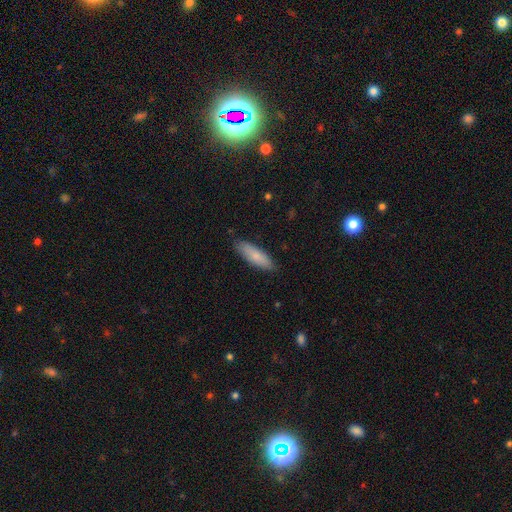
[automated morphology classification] This appears to be a smooth galaxy with no disk features (81%) that is cigar-shaped (56%). Merging: none (86%).